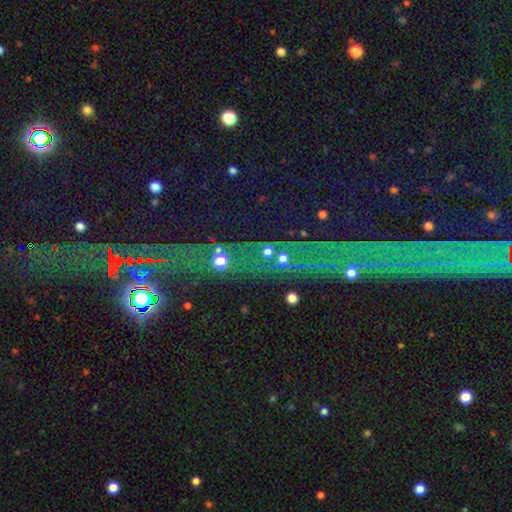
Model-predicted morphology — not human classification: Q: Smooth or featured?
A: star or artifact (75%); runner-up: featured or disk (13%)